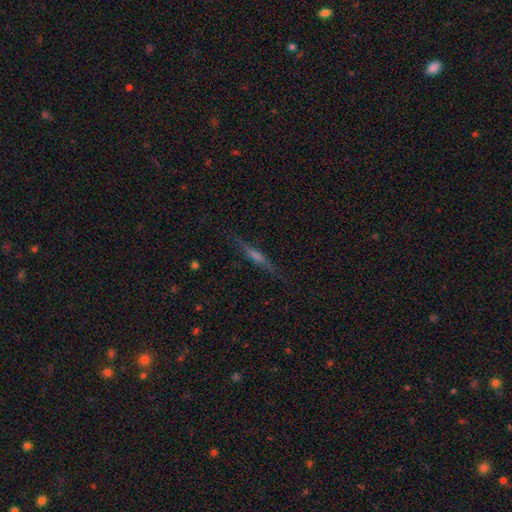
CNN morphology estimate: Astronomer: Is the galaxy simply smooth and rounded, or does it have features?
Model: featured or disk — 57% (runner-up: smooth, 33%).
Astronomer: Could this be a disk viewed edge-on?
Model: yes — 95%.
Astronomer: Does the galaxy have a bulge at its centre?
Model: rounded — 43% (runner-up: none, 36%).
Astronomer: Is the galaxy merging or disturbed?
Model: none — 85%.